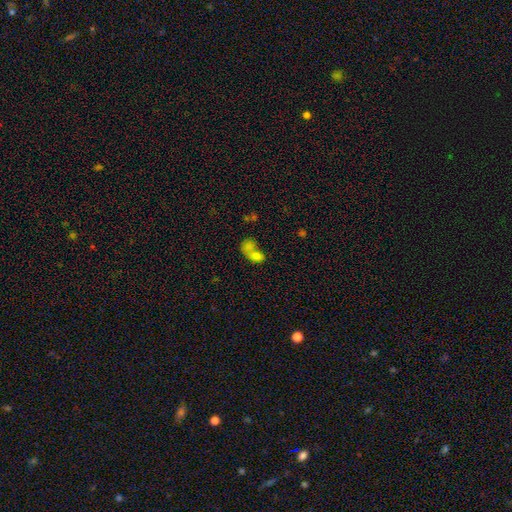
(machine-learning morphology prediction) Overall: smooth (72%). How rounded: in between (77%). Merging: merger (67%).